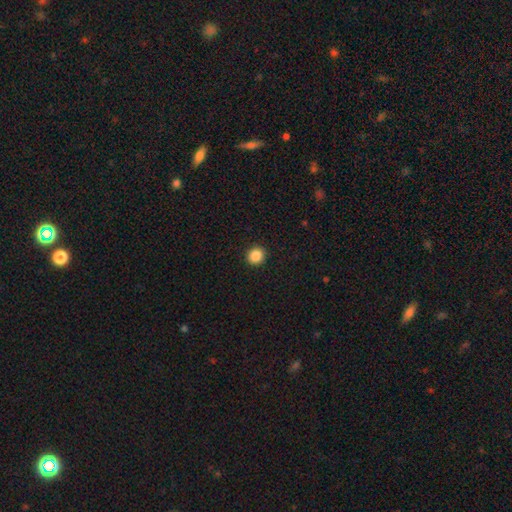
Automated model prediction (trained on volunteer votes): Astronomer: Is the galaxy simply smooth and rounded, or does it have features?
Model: smooth — 87%.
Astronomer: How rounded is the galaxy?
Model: round — 86%.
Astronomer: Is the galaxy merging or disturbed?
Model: none — 92%.